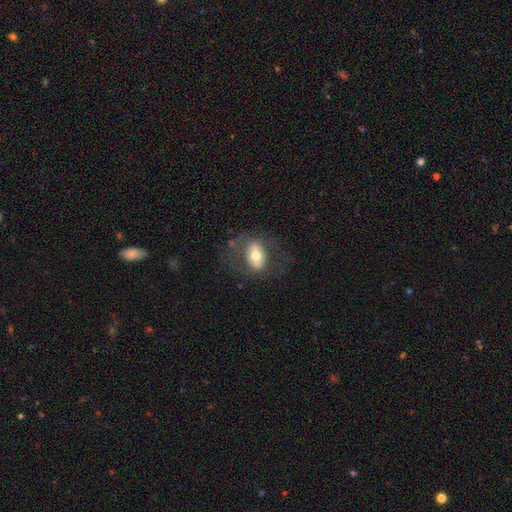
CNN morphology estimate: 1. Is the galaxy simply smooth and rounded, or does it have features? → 51% smooth, 41% featured or disk, 8% star or artifact.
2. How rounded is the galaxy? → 79% in between, 19% round, 3% cigar-shaped.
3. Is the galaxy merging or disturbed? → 60% none, 19% major disturbance, 19% minor disturbance, 2% merger.